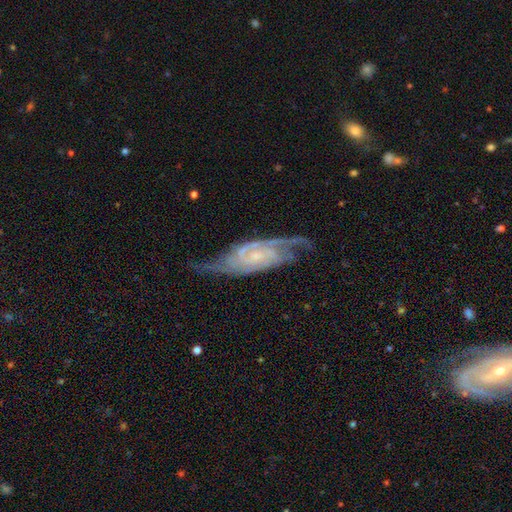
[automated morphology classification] Smooth or featured? Predicted: featured or disk (p=0.90). Edge-on disk? Predicted: no (p=0.92). Bar? Predicted: no (p=0.46). Spiral arms? Predicted: yes (p=0.98). Spiral winding? Predicted: medium (p=0.45). Spiral arm count? Predicted: 2 (p=0.69). Bulge size? Predicted: small (p=0.65). Merging? Predicted: none (p=0.68).